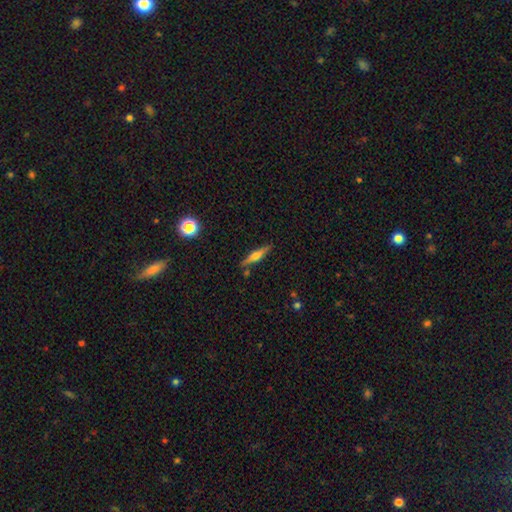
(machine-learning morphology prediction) Overall: featured or disk (58%; smooth 34%). Edge-on disk: yes (96%). Edge-on bulge: rounded (86%). Merging: none (85%).